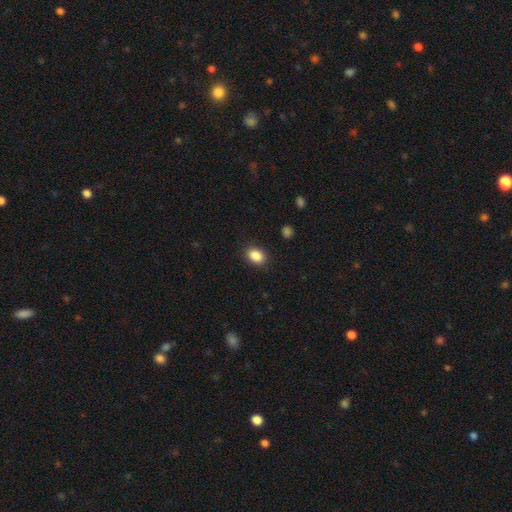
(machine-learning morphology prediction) Smooth or featured? Predicted: smooth (p=0.87). How rounded? Predicted: in between (p=0.75). Merging? Predicted: none (p=0.88).